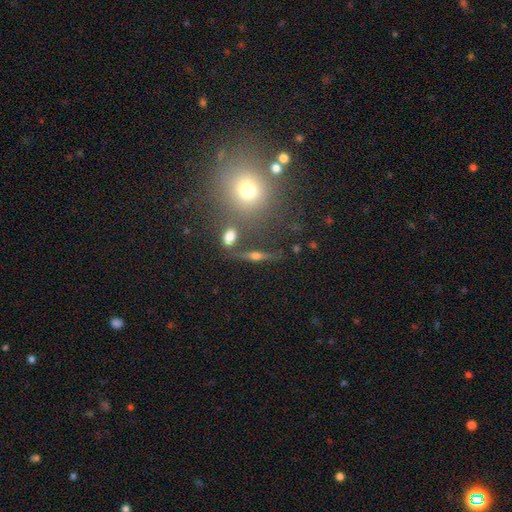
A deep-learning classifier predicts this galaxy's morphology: Overall: featured or disk (62%; smooth 25%). Edge-on disk: yes (89%). Edge-on bulge: rounded (91%). Merging: none (77%).